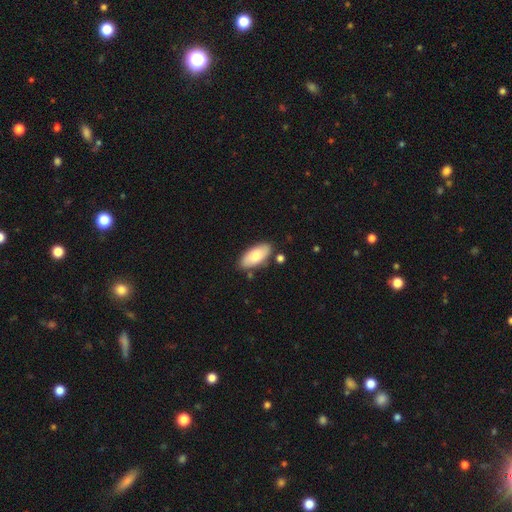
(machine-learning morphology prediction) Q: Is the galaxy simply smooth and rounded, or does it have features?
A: smooth — 78%.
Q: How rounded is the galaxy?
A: in between — 90%.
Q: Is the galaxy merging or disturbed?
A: none — 79%.